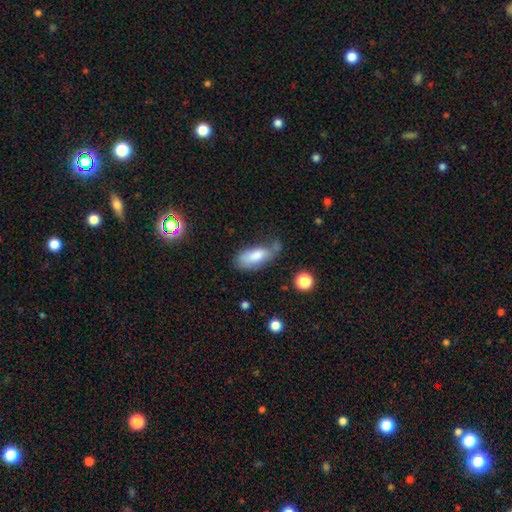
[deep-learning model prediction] smooth 76%, featured or disk 17%, star or artifact 8%. Down the decision tree: how rounded — in between (81%); merging — none (44%).